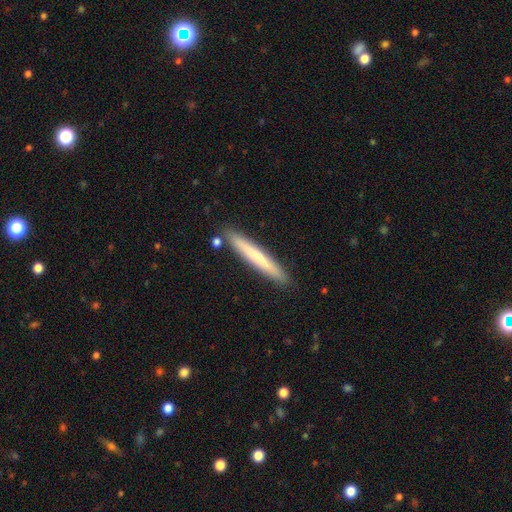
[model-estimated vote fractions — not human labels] Q: Smooth or featured?
A: smooth (65%); runner-up: featured or disk (29%)
Q: How rounded?
A: cigar-shaped (96%); runner-up: in between (3%)
Q: Merging?
A: none (89%); runner-up: minor disturbance (8%)